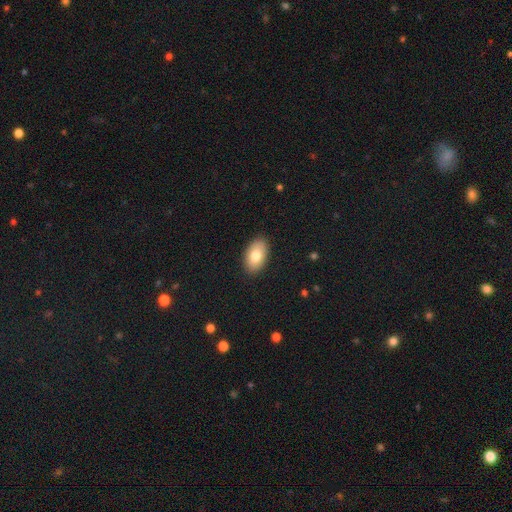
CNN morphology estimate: This appears to be a smooth galaxy with no disk features (79%) that is in between round and cigar-shaped (93%). Merging: none (89%).